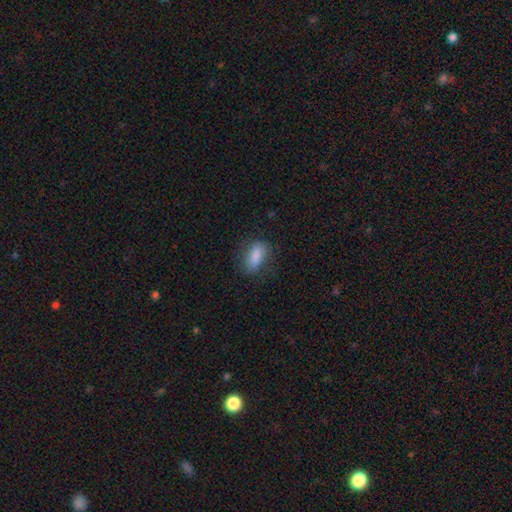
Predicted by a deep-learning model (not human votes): Smooth or featured? Predicted: smooth (p=0.82). How rounded? Predicted: in between (p=0.84). Merging? Predicted: none (p=0.74).